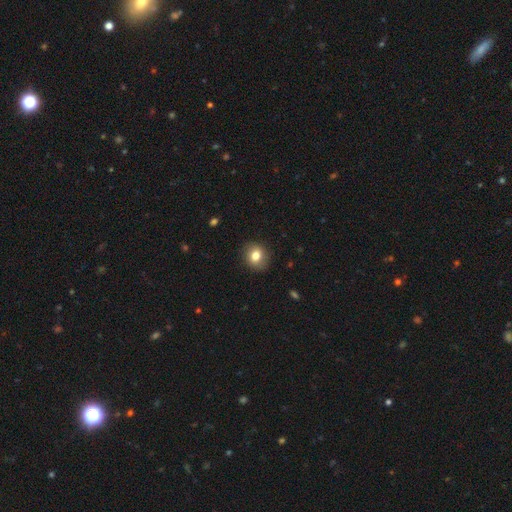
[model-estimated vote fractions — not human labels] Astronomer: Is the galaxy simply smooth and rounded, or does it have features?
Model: smooth — 80%.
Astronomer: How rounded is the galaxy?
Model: round — 74%.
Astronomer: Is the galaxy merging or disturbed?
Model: none — 87%.